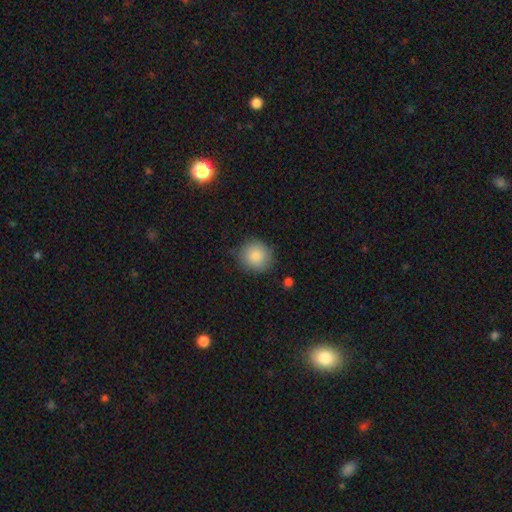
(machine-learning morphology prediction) A smooth galaxy with no disk features (85%) that is round (89%).

Vote fractions:
- Smooth or featured? smooth: 85% / star or artifact: 8% / featured or disk: 7%
- How rounded? round: 89% / in between: 10% / cigar-shaped: 1%
- Merging? none: 82% / minor disturbance: 14% / major disturbance: 3% / merger: 2%